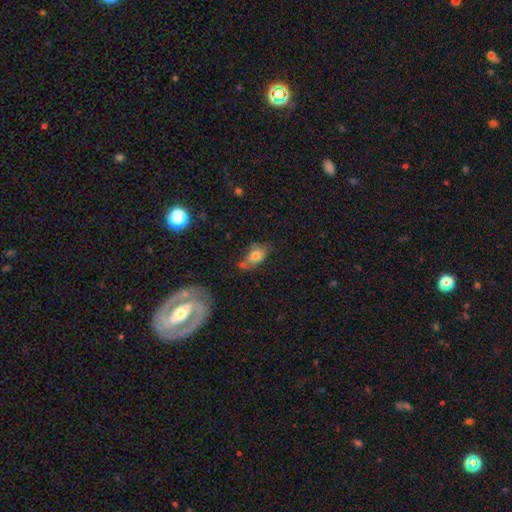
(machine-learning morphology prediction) Smooth or featured? Predicted: smooth (p=0.76). How rounded? Predicted: in between (p=0.80). Merging? Predicted: none (p=0.48).